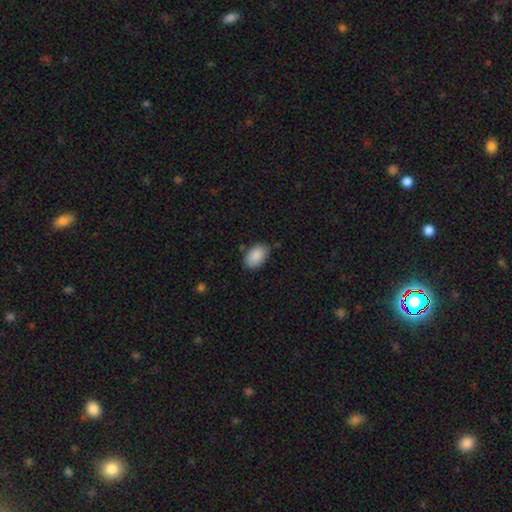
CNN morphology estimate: Smooth or featured? Predicted: smooth (p=0.88). How rounded? Predicted: in between (p=0.90). Merging? Predicted: none (p=0.77).